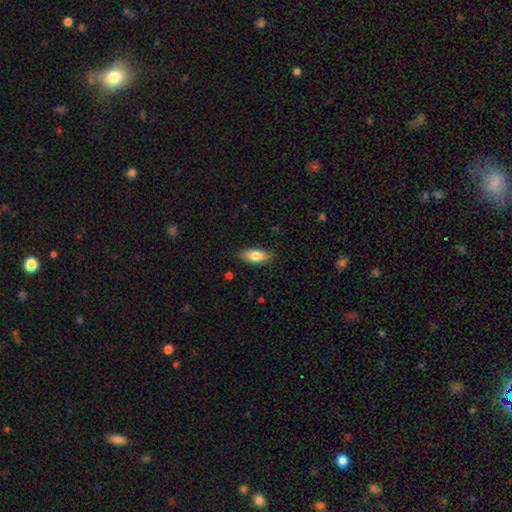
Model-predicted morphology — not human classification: smooth_or_featured: smooth (p=0.77) [alt: featured or disk p=0.17]
how_rounded: in between (p=0.78) [alt: cigar-shaped p=0.20]
merging: none (p=0.86) [alt: minor disturbance p=0.11]